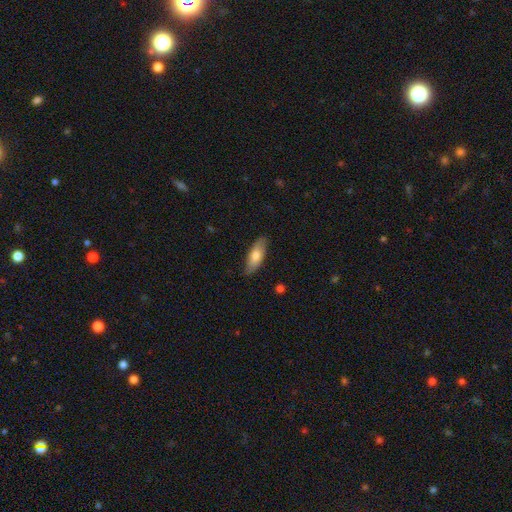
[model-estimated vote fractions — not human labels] Overall: smooth (72%). How rounded: in between (72%). Merging: none (83%).